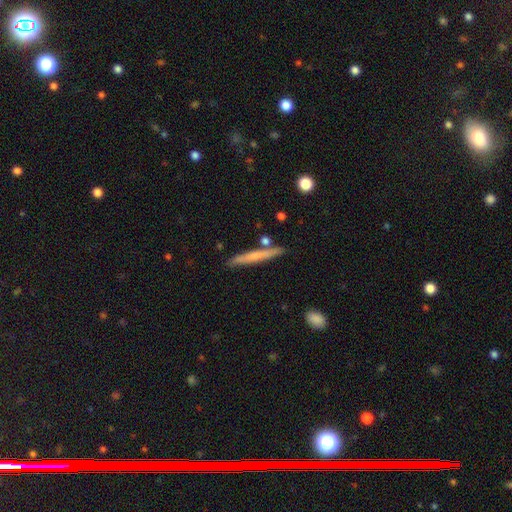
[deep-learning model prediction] This appears to be a smooth galaxy with no disk features (56%) that is cigar-shaped (95%). Merging: none (84%).